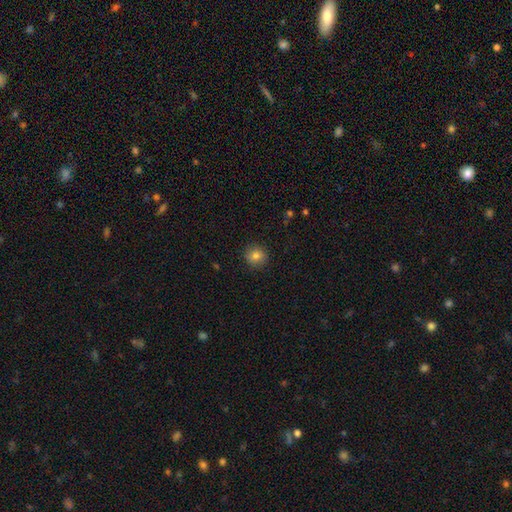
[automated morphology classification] smooth_or_featured: smooth (p=0.81) [alt: star or artifact p=0.11]
how_rounded: round (p=0.90) [alt: in between p=0.09]
merging: none (p=0.90) [alt: minor disturbance p=0.07]